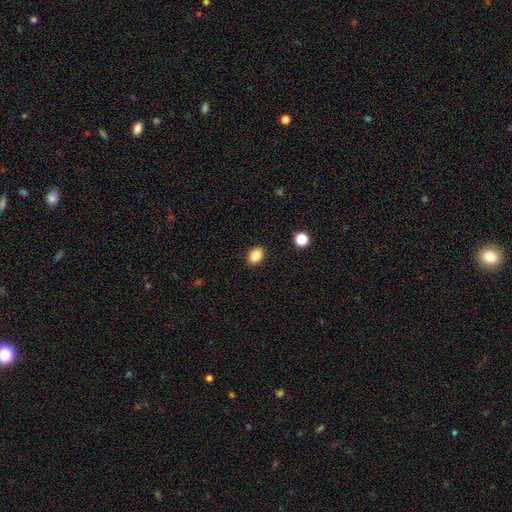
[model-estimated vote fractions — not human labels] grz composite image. It shows a smooth galaxy with no disk features (87%) that is in between round and cigar-shaped (67%). Merging: none (88%).